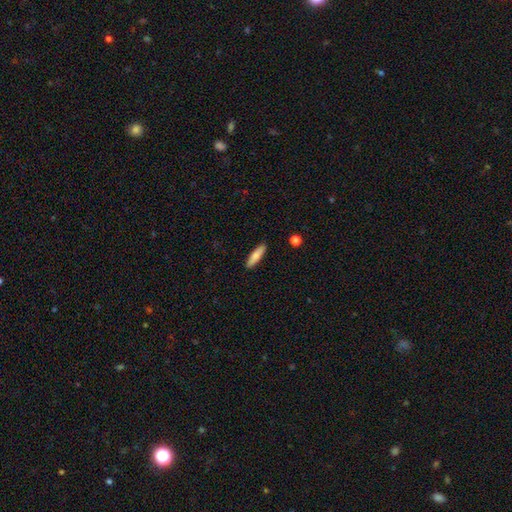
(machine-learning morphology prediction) The model was most divided on "how rounded": cigar-shaped: 73%, in between: 25%, round: 2%. More confident: merging — none (90%); smooth or featured — smooth (76%).